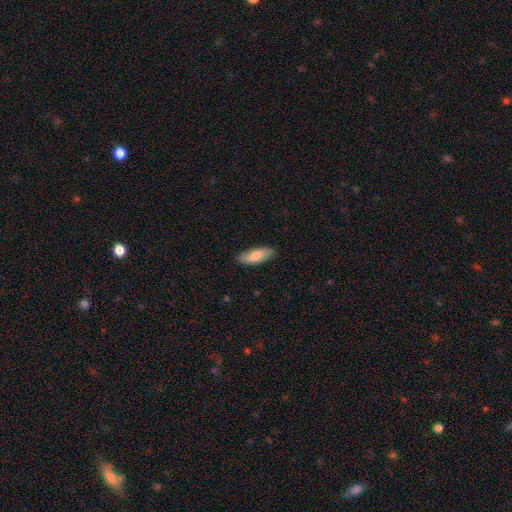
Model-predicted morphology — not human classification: Overall: smooth (74%). How rounded: in between (74%). Merging: none (84%).